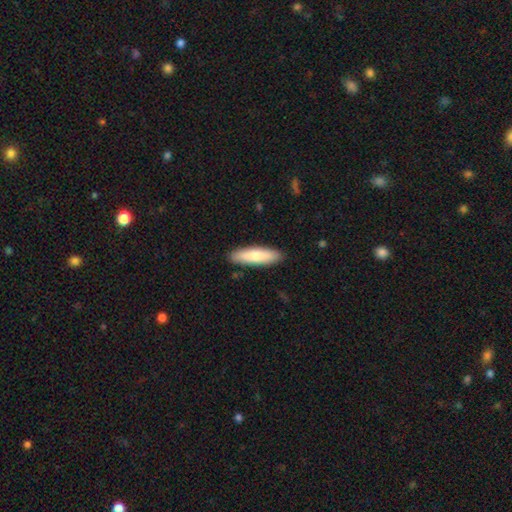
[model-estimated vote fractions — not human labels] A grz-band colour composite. It shows a smooth galaxy with no disk features (77%) that is cigar-shaped (65%). Merging: none (89%).